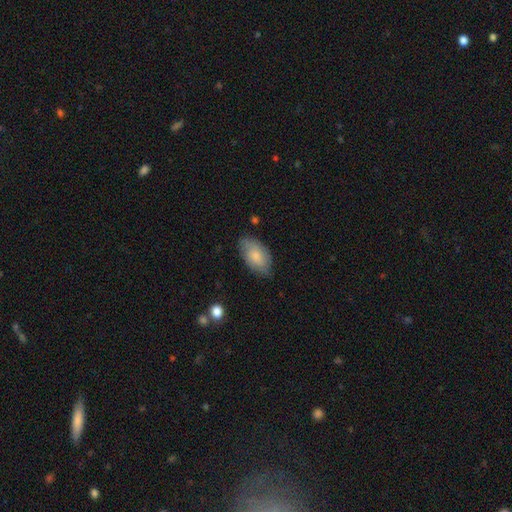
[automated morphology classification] Smooth or featured: smooth — 76% (featured or disk — 18%)
How rounded: in between — 94% (round — 4%)
Merging: none — 73% (minor disturbance — 22%)